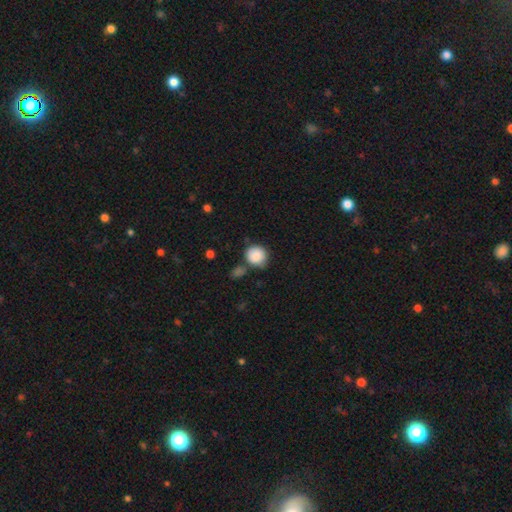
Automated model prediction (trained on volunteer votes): A smooth galaxy with no disk features (88%) that is round (86%).

Vote fractions:
- Smooth or featured? smooth: 88% / star or artifact: 8% / featured or disk: 4%
- How rounded? round: 86% / in between: 13% / cigar-shaped: 1%
- Merging? none: 66% / minor disturbance: 18% / merger: 12% / major disturbance: 5%